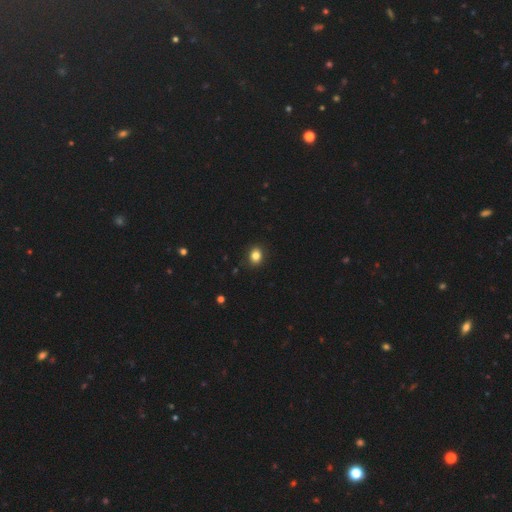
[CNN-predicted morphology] Smooth or featured: smooth — 84% (star or artifact — 11%)
How rounded: round — 57% (in between — 42%)
Merging: none — 88% (minor disturbance — 9%)